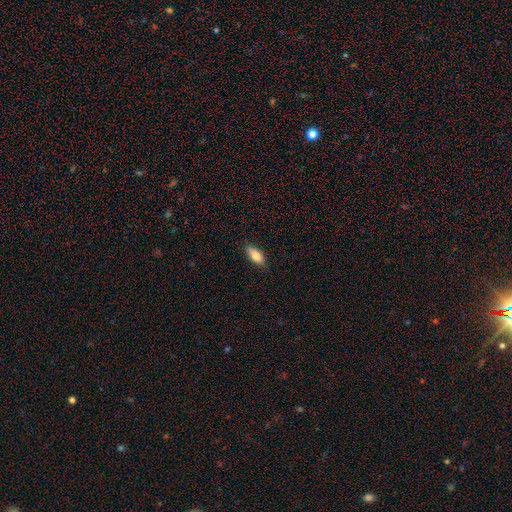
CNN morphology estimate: The model was most divided on "how rounded": in between: 73%, cigar-shaped: 24%, round: 2%. More confident: merging — none (84%); smooth or featured — smooth (82%).